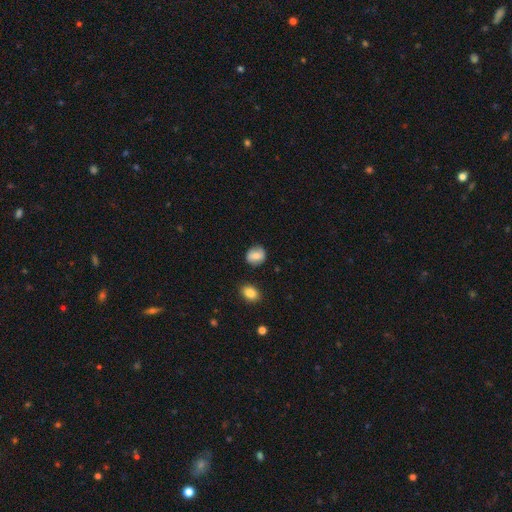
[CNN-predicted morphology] Smooth or featured?
  - smooth: 70% *
  - featured or disk: 21%
  - star or artifact: 8%
How rounded?
  - round: 68% *
  - in between: 30%
  - cigar-shaped: 1%
Merging?
  - none: 81% *
  - minor disturbance: 13%
  - major disturbance: 3%
  - merger: 3%